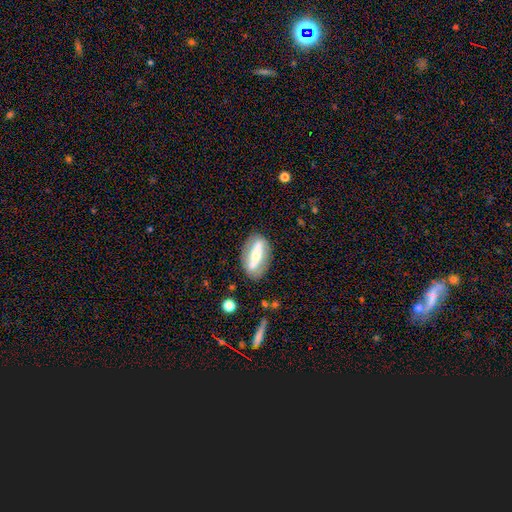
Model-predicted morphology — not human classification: This appears to be a featured or disk galaxy (57%). Merging: none (78%).